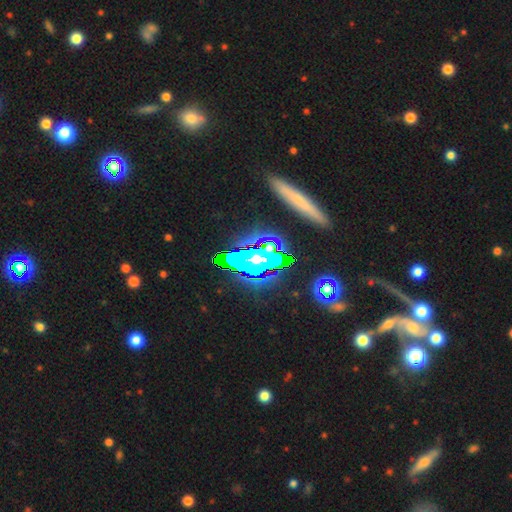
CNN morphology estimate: smooth_or_featured: star or artifact (p=0.48) [alt: featured or disk p=0.28]